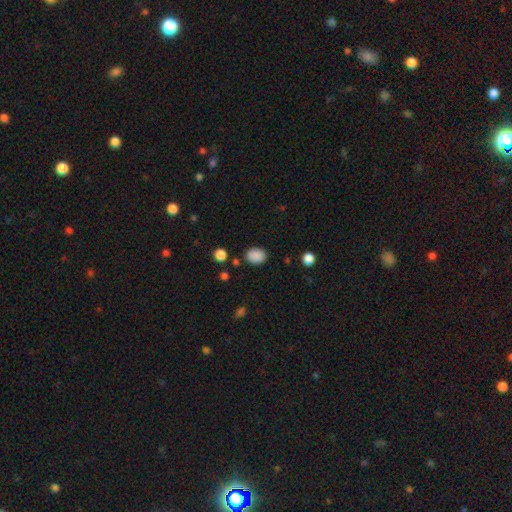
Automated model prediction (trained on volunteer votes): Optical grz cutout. It shows a smooth galaxy with no disk features (87%) that is in between round and cigar-shaped (62%). Merging: none (83%).